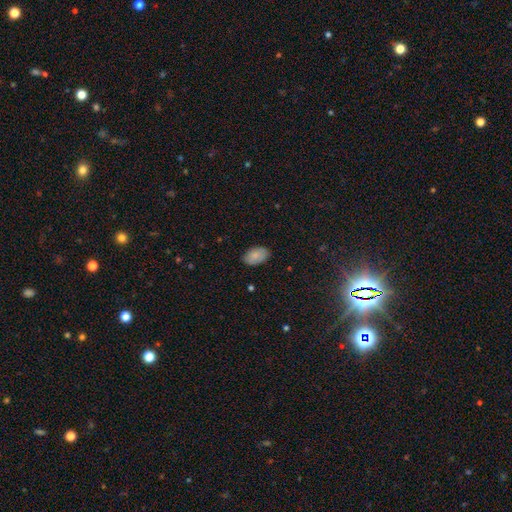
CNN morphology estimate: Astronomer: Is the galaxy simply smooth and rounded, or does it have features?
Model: smooth — 84%.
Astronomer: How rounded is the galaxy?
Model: in between — 93%.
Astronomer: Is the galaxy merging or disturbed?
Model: none — 85%.